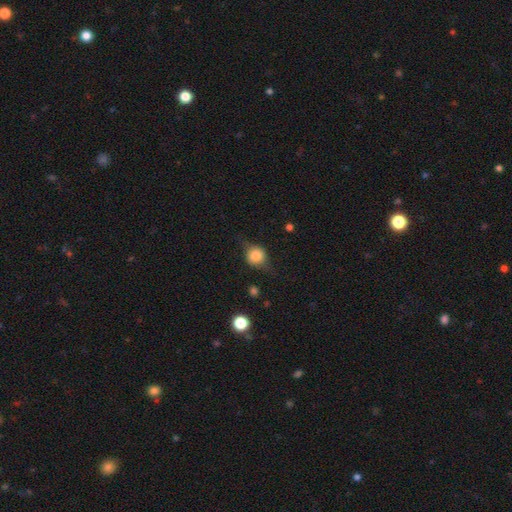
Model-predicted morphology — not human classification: smooth_or_featured: smooth (p=0.60) [alt: featured or disk p=0.29]
how_rounded: round (p=0.81) [alt: in between p=0.17]
merging: none (p=0.66) [alt: minor disturbance p=0.23]